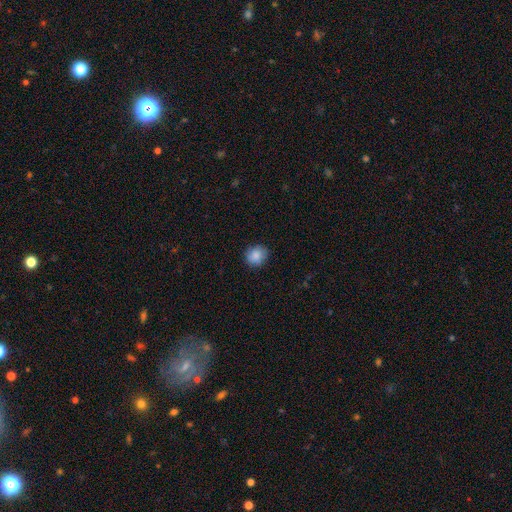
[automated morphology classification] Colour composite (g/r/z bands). It shows a smooth galaxy with no disk features (87%) that is round (76%). Merging: none (84%).